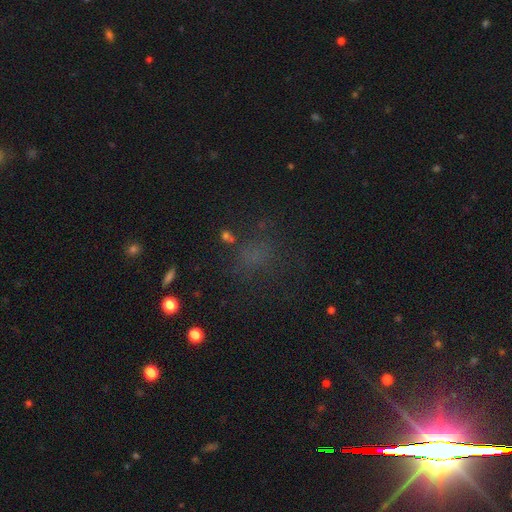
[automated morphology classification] smooth-or-featured: smooth: 51% | star or artifact: 36% | featured or disk: 13%
  how-rounded: round: 62% | in between: 35% | cigar-shaped: 3%
  merging: none: 66% | minor disturbance: 16% | major disturbance: 14% | merger: 4%